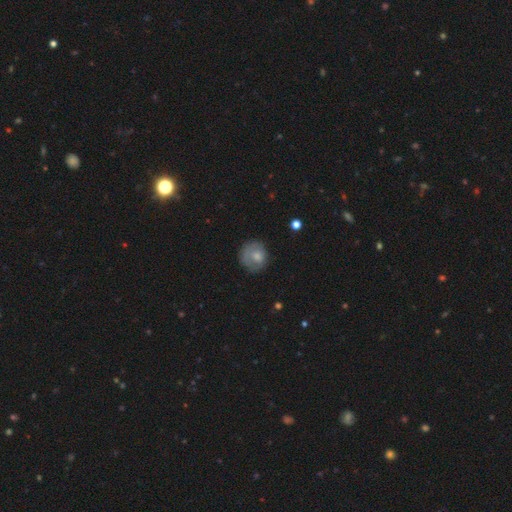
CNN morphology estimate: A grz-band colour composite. It shows a smooth galaxy with no disk features (71%) that is round (81%). Merging: none (65%).